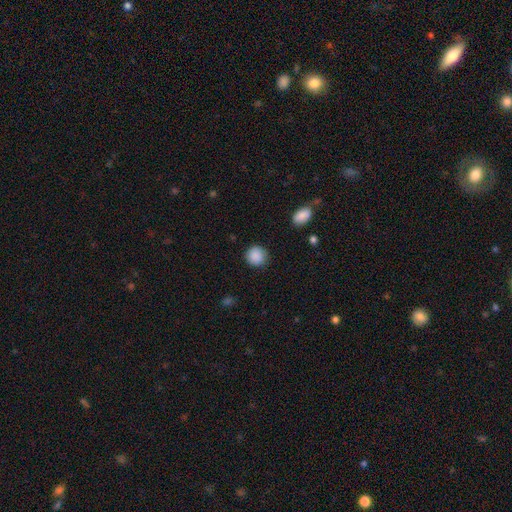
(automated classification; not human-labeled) smooth 89%, star or artifact 8%, featured or disk 4%. Down the decision tree: how rounded — round (90%); merging — none (86%).